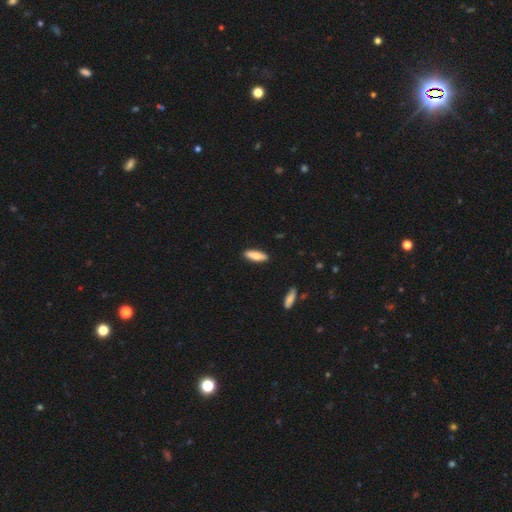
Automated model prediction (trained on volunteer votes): Q: Smooth or featured?
A: smooth (80%); runner-up: featured or disk (15%)
Q: How rounded?
A: in between (52%); runner-up: cigar-shaped (46%)
Q: Merging?
A: none (89%); runner-up: minor disturbance (8%)